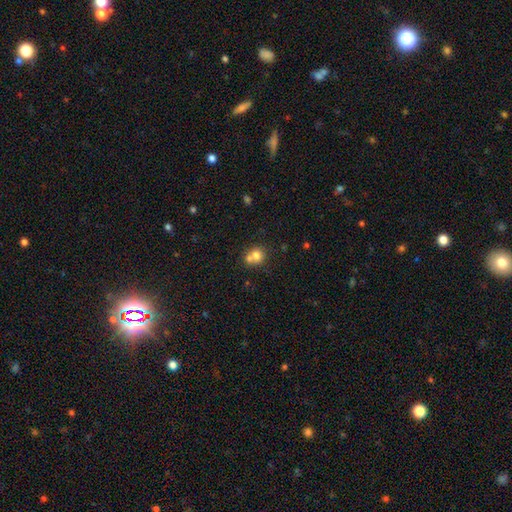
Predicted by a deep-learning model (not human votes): A smooth galaxy with no disk features (74%) that is round (79%). Merging: merger (50%).